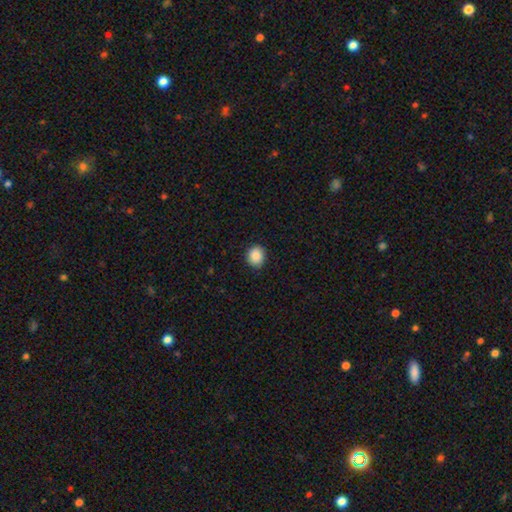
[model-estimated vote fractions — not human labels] smooth 89%, star or artifact 8%, featured or disk 3%. Down the decision tree: how rounded — round (66%); merging — none (88%).